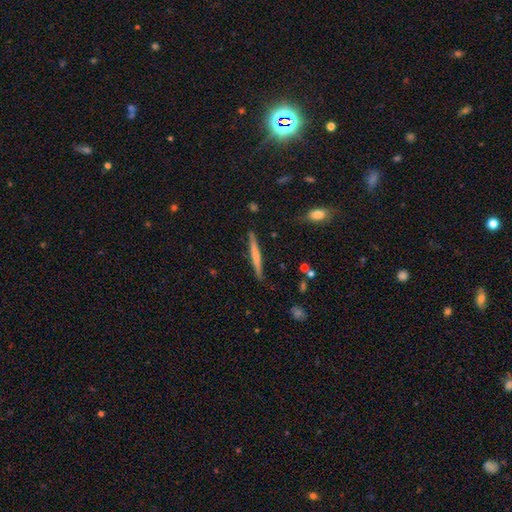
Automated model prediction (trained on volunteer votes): smooth-or-featured: smooth: 55% | featured or disk: 40% | star or artifact: 6%
  how-rounded: cigar-shaped: 96% | in between: 3% | round: 2%
  merging: none: 88% | minor disturbance: 9% | major disturbance: 2% | merger: 2%